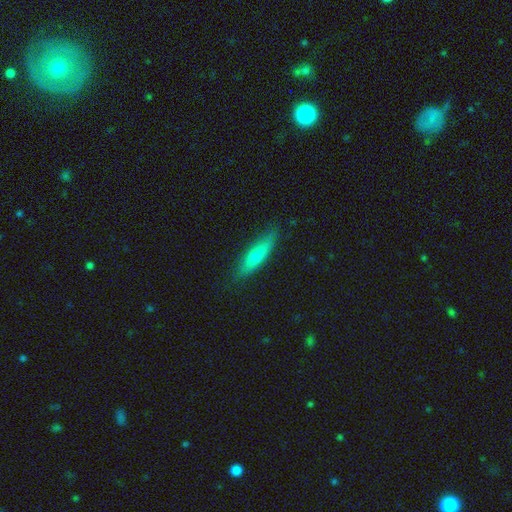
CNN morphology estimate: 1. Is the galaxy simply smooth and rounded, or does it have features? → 67% smooth, 26% featured or disk, 7% star or artifact.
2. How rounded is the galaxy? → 78% cigar-shaped, 20% in between, 2% round.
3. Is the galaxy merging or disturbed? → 82% none, 14% minor disturbance, 3% major disturbance, 1% merger.